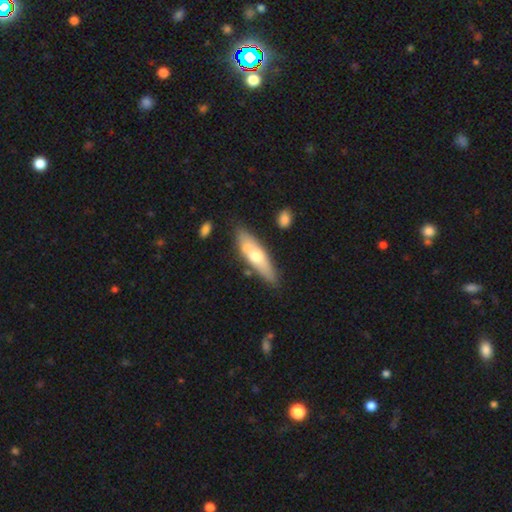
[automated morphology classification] Smooth or featured: smooth — 50% (featured or disk — 44%)
How rounded: cigar-shaped — 62% (in between — 36%)
Merging: none — 70% (minor disturbance — 17%)